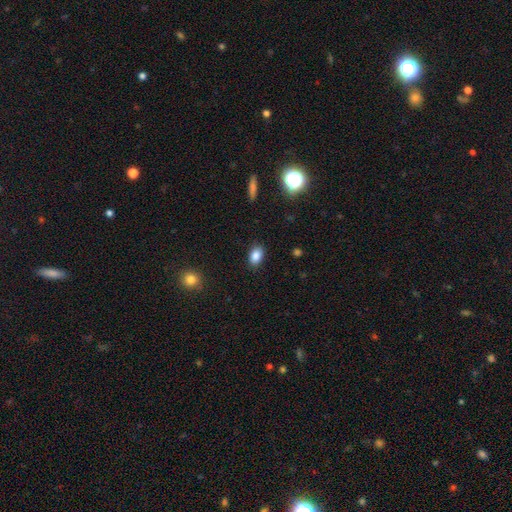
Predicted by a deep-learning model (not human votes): smooth_or_featured: smooth (p=0.85) [alt: star or artifact p=0.10]
how_rounded: in between (p=0.84) [alt: round p=0.14]
merging: none (p=0.86) [alt: minor disturbance p=0.10]